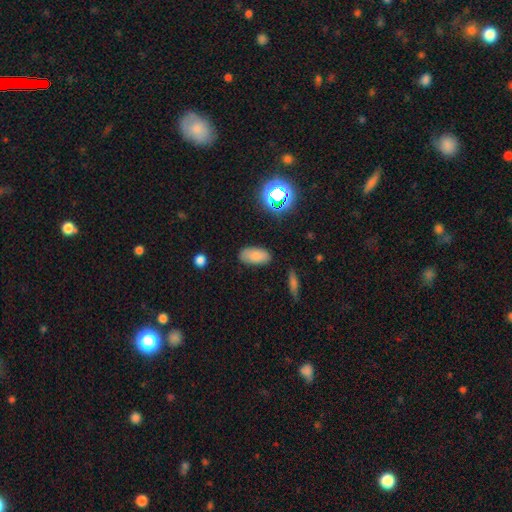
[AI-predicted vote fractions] Q: Smooth or featured?
A: smooth (81%); runner-up: star or artifact (11%)
Q: How rounded?
A: in between (92%); runner-up: cigar-shaped (4%)
Q: Merging?
A: none (82%); runner-up: minor disturbance (13%)